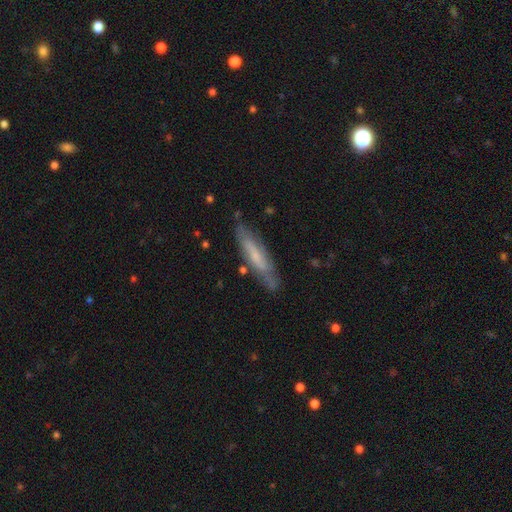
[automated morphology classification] featured or disk 49%, smooth 45%, star or artifact 6%. Down the decision tree: merging — none (76%).